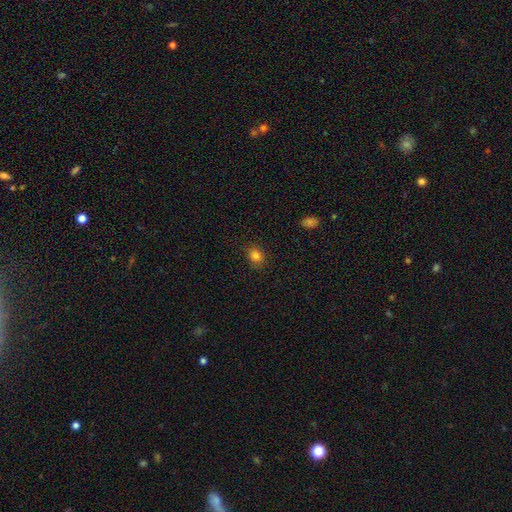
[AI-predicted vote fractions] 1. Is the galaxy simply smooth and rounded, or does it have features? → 82% smooth, 13% star or artifact, 5% featured or disk.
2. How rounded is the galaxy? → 52% round, 47% in between, 1% cigar-shaped.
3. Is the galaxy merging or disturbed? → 86% none, 11% minor disturbance, 3% major disturbance, 1% merger.